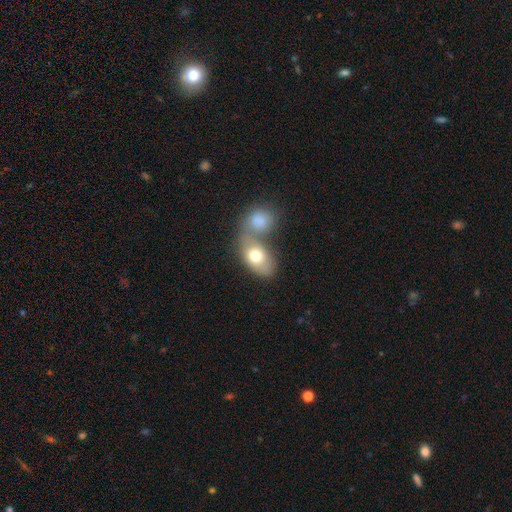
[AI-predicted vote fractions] The model was most divided on "merging": merger: 62%, none: 24%, minor disturbance: 8%, major disturbance: 6%. More confident: how rounded — in between (76%); smooth or featured — smooth (72%).